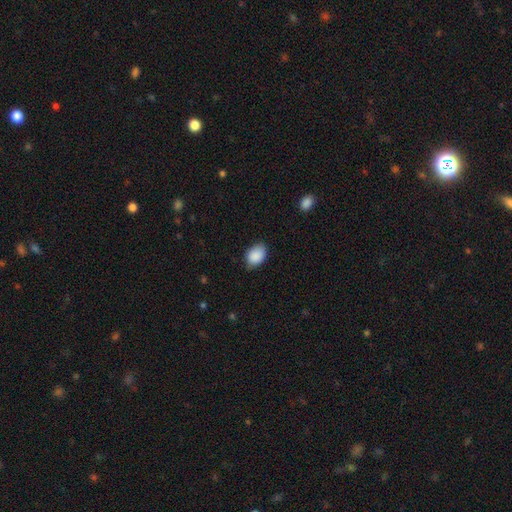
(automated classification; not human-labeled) A smooth galaxy with no disk features (89%) that is in between round and cigar-shaped (81%).

Vote fractions:
- Smooth or featured? smooth: 89% / star or artifact: 7% / featured or disk: 4%
- How rounded? in between: 81% / round: 18% / cigar-shaped: 1%
- Merging? none: 74% / minor disturbance: 22% / major disturbance: 3% / merger: 1%